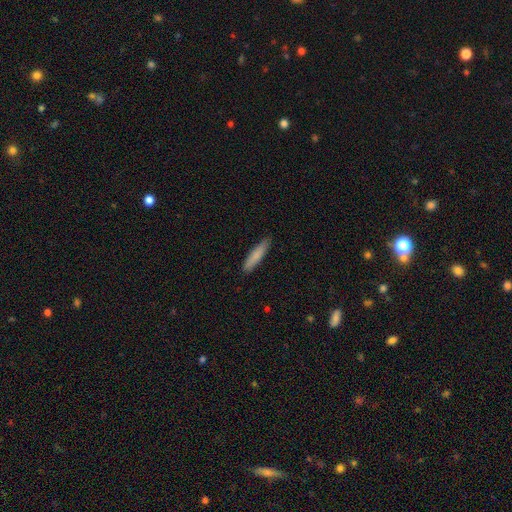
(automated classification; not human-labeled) smooth_or_featured: smooth (p=0.82) [alt: featured or disk p=0.12]
how_rounded: cigar-shaped (p=0.86) [alt: in between p=0.13]
merging: none (p=0.87) [alt: minor disturbance p=0.10]